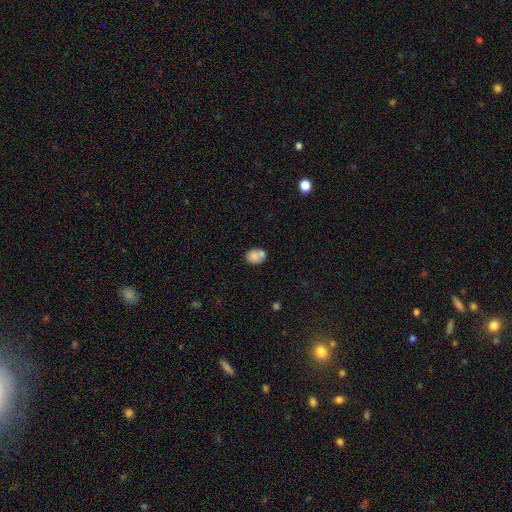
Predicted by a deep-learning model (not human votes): A smooth galaxy with no disk features (77%) that is round (57%).

Vote fractions:
- Smooth or featured? smooth: 77% / featured or disk: 14% / star or artifact: 9%
- How rounded? round: 57% / in between: 42% / cigar-shaped: 1%
- Merging? none: 46% / merger: 33% / minor disturbance: 15% / major disturbance: 5%